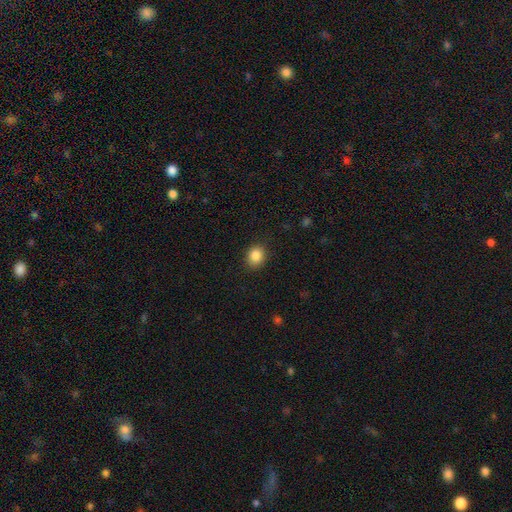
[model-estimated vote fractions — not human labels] The model was most divided on "how rounded": round: 64%, in between: 35%, cigar-shaped: 1%. More confident: merging — none (88%); smooth or featured — smooth (86%).